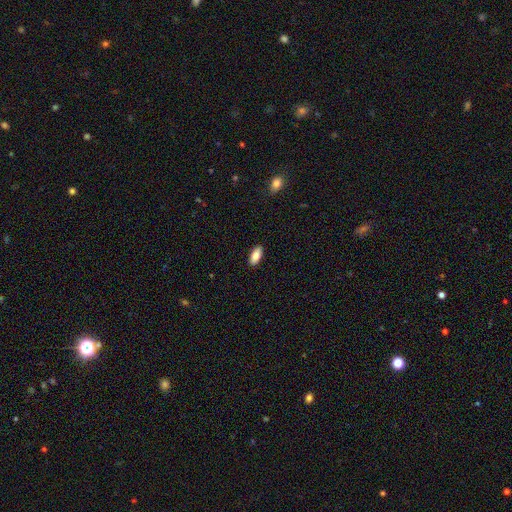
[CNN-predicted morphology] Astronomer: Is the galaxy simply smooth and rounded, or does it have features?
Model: smooth — 85%.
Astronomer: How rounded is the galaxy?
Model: in between — 86%.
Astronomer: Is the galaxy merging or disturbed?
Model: none — 90%.